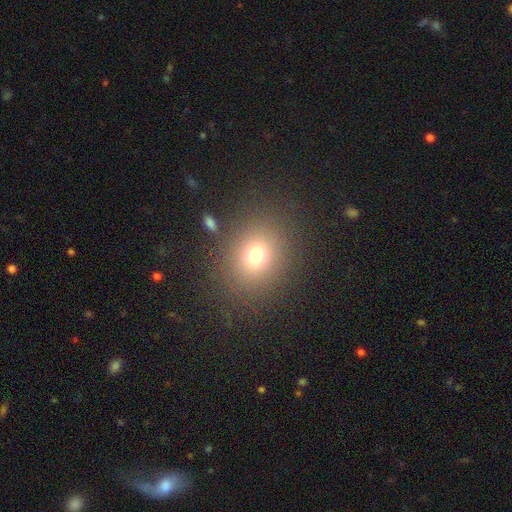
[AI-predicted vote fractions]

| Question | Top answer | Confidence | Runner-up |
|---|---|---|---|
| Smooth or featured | smooth | 72% | star or artifact (18%) |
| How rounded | round | 72% | in between (27%) |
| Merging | none | 83% | minor disturbance (8%) |